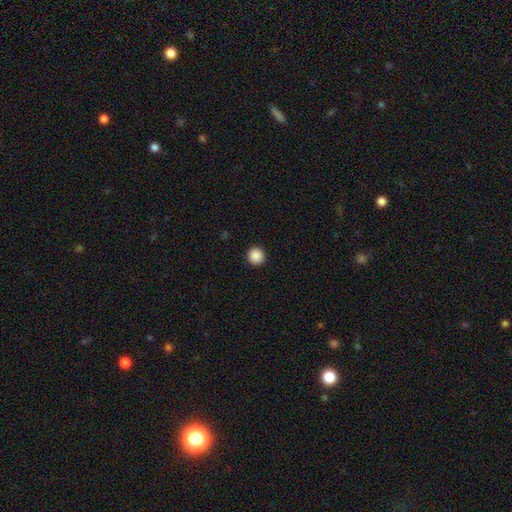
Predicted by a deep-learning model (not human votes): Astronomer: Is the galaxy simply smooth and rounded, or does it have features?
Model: smooth — 89%.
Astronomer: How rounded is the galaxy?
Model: round — 96%.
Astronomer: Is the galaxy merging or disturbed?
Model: none — 94%.